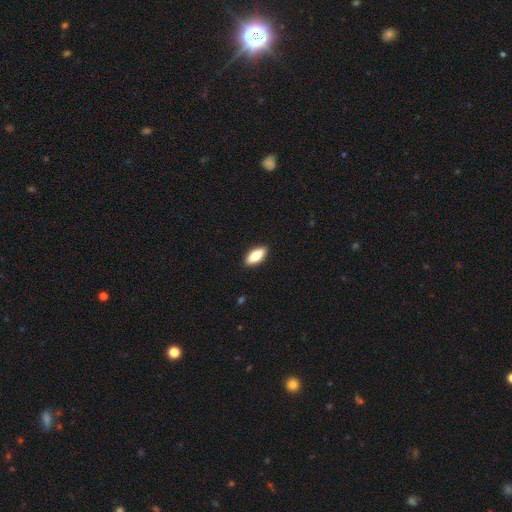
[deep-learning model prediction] Smooth or featured? smooth (80%)
How rounded? in between (80%)
Merging? none (90%)